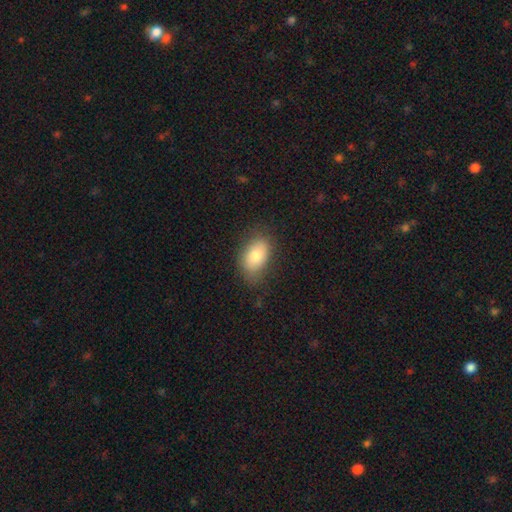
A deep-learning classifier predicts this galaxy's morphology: smooth_or_featured: smooth (p=0.80) [alt: featured or disk p=0.13]
how_rounded: in between (p=0.90) [alt: round p=0.08]
merging: none (p=0.77) [alt: minor disturbance p=0.17]